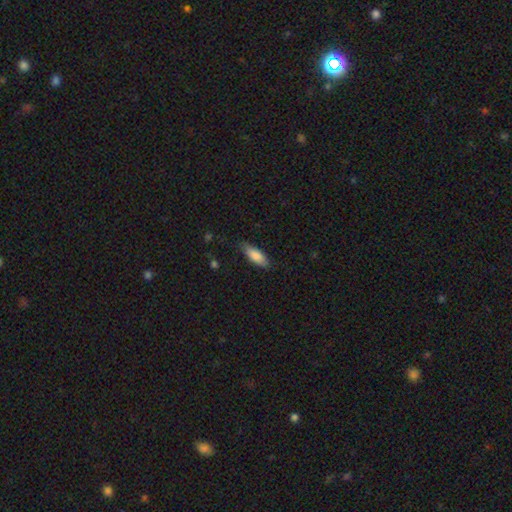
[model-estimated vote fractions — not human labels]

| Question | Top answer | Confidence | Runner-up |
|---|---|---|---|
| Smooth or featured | smooth | 84% | featured or disk (10%) |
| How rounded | in between | 66% | cigar-shaped (32%) |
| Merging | none | 75% | minor disturbance (20%) |